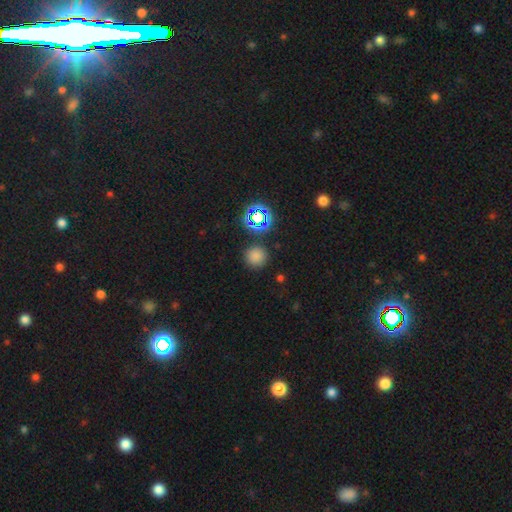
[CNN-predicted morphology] smooth 74%, star or artifact 21%, featured or disk 5%. Down the decision tree: how rounded — round (94%); merging — none (86%).